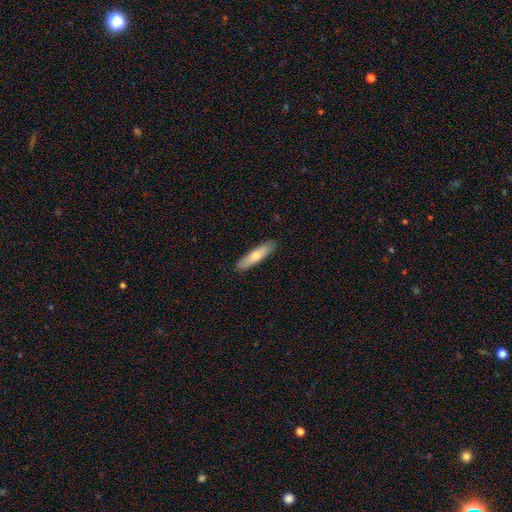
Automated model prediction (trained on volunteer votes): smooth-or-featured: smooth: 67% | featured or disk: 28% | star or artifact: 5%
  how-rounded: cigar-shaped: 78% | in between: 21% | round: 2%
  merging: none: 89% | minor disturbance: 8% | major disturbance: 2% | merger: 1%